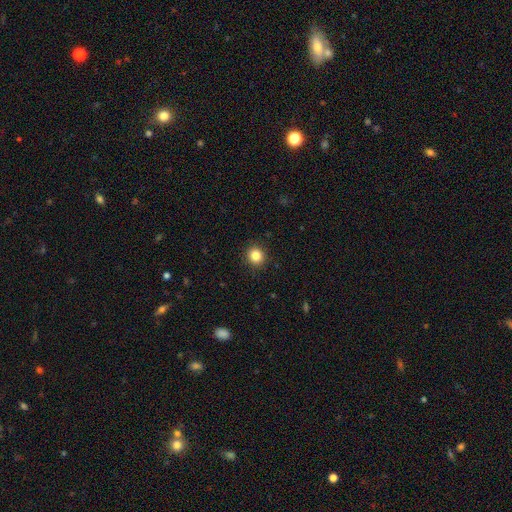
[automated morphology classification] Smooth or featured?
  - smooth: 84% *
  - star or artifact: 11%
  - featured or disk: 5%
How rounded?
  - round: 89% *
  - in between: 10%
  - cigar-shaped: 1%
Merging?
  - none: 92% *
  - minor disturbance: 5%
  - major disturbance: 2%
  - merger: 1%